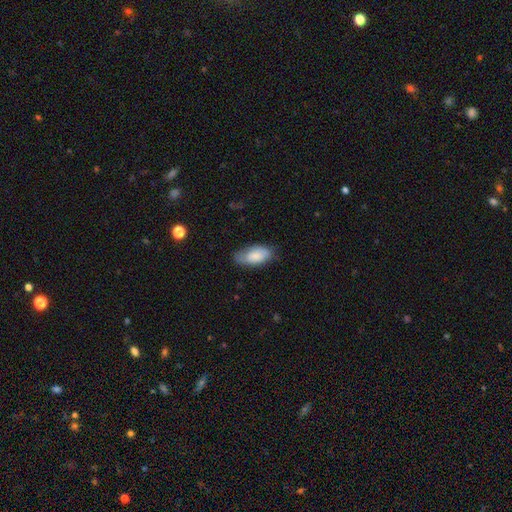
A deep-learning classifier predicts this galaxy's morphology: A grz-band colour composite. It shows a smooth galaxy with no disk features (79%) that is in between round and cigar-shaped (92%). Merging: none (67%).